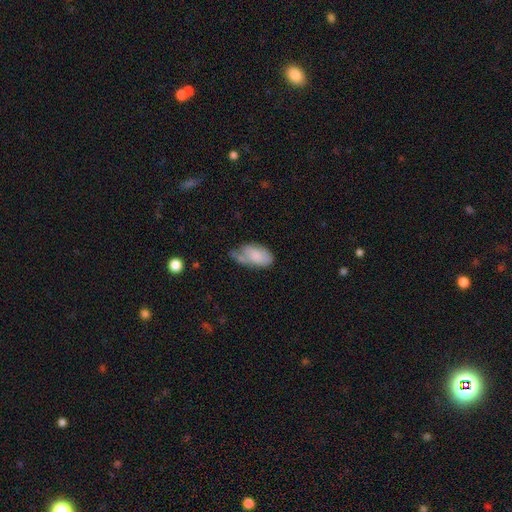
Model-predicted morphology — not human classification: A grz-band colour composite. It shows a smooth galaxy with no disk features (73%) that is in between round and cigar-shaped (94%). Merging: minor disturbance (37%).